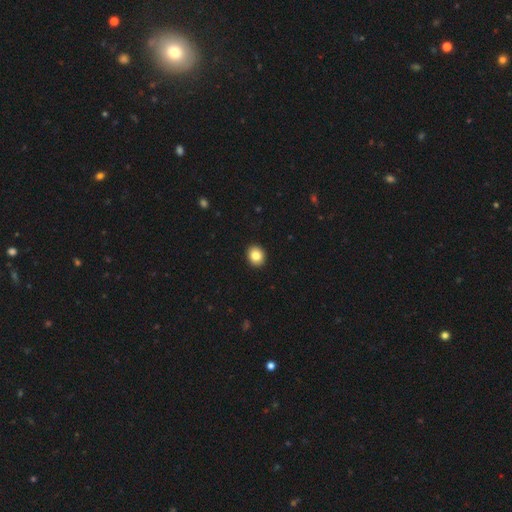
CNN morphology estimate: smooth_or_featured: smooth (p=0.85) [alt: star or artifact p=0.09]
how_rounded: round (p=0.70) [alt: in between p=0.29]
merging: none (p=0.93) [alt: minor disturbance p=0.05]